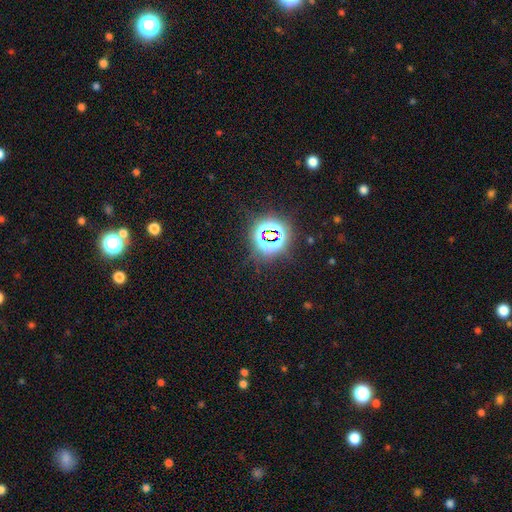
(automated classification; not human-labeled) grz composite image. It shows a star or artifact, not a galaxy (81%).